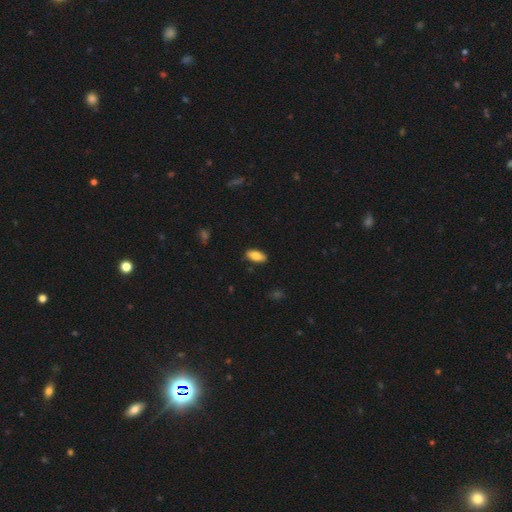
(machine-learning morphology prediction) Smooth or featured? Predicted: smooth (p=0.83). How rounded? Predicted: in between (p=0.89). Merging? Predicted: none (p=0.86).